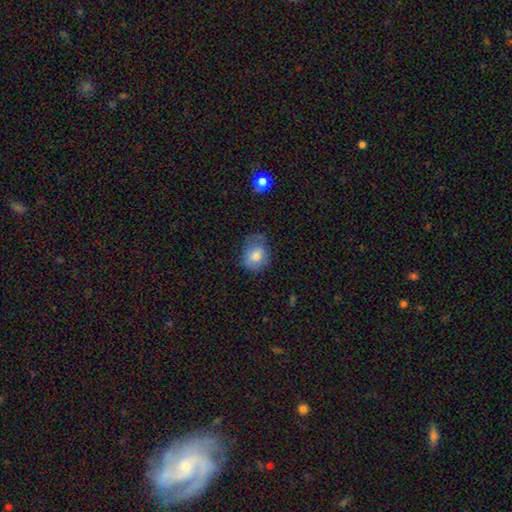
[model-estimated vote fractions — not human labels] Q: Smooth or featured?
A: smooth (74%); runner-up: featured or disk (17%)
Q: How rounded?
A: in between (53%); runner-up: round (46%)
Q: Merging?
A: none (46%); runner-up: minor disturbance (35%)